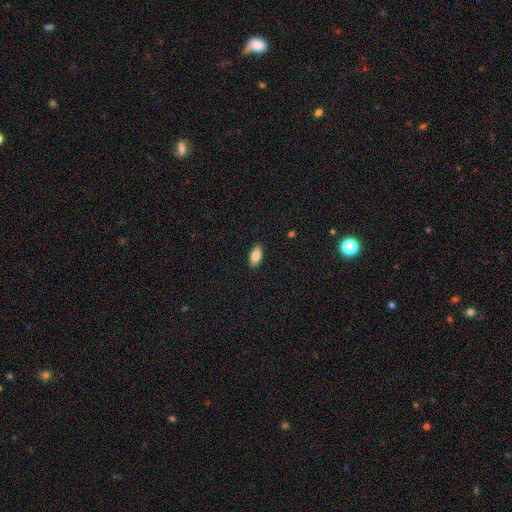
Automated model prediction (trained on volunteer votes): smooth_or_featured: smooth (p=0.85) [alt: featured or disk p=0.08]
how_rounded: in between (p=0.92) [alt: cigar-shaped p=0.06]
merging: none (p=0.90) [alt: minor disturbance p=0.08]